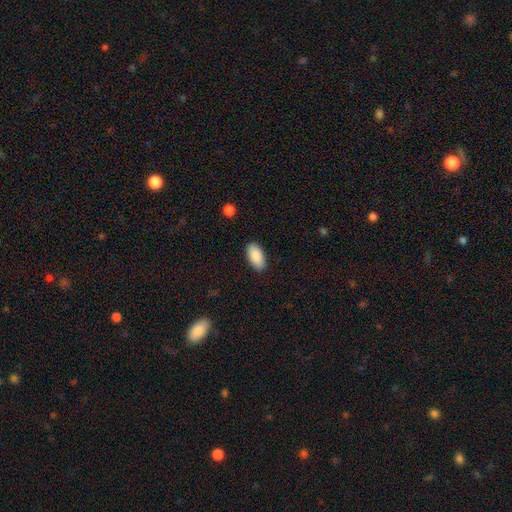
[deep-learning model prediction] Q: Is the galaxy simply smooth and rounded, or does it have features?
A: smooth — 90%.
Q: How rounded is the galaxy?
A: in between — 95%.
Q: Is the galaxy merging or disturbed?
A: none — 89%.